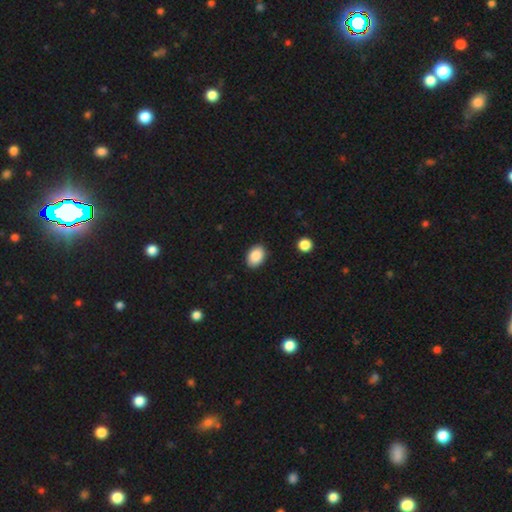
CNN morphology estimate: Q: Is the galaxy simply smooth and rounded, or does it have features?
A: smooth — 89%.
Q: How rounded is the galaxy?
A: in between — 83%.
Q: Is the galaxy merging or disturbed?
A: none — 88%.